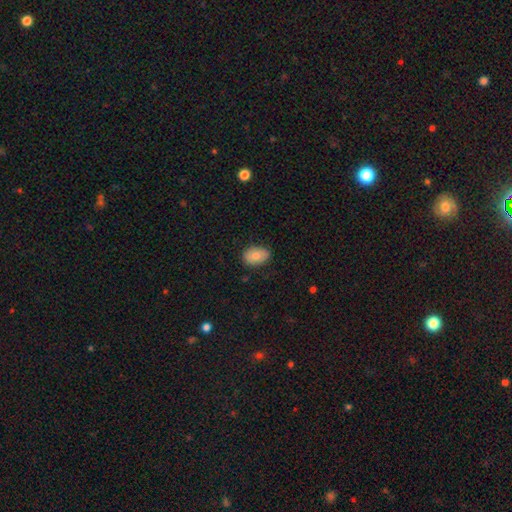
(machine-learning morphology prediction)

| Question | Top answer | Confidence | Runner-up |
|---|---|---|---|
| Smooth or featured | smooth | 76% | featured or disk (16%) |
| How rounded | in between | 81% | round (18%) |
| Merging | none | 80% | minor disturbance (16%) |